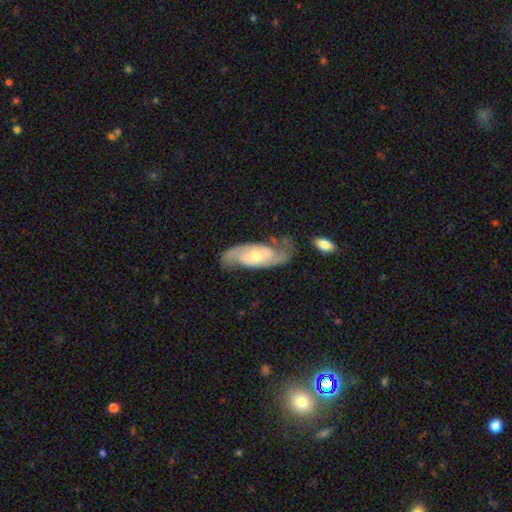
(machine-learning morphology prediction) smooth_or_featured: featured or disk (p=0.79) [alt: smooth p=0.16]
disk_edge_on: no (p=0.92) [alt: yes p=0.08]
bar: no (p=0.67) [alt: weak p=0.26]
has_spiral_arms: yes (p=0.93) [alt: no p=0.07]
spiral_winding: medium (p=0.44) [alt: tight p=0.34]
spiral_arm_count: 2 (p=0.85) [alt: can't tell p=0.09]
bulge_size: moderate (p=0.53) [alt: small p=0.41]
merging: none (p=0.67) [alt: minor disturbance p=0.20]